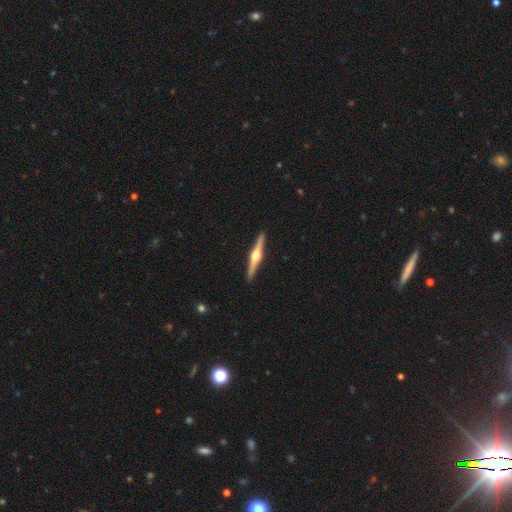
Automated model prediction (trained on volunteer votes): Smooth or featured? Predicted: featured or disk (p=0.84). Edge-on disk? Predicted: yes (p=0.99). Edge-on bulge? Predicted: rounded (p=0.96). Merging? Predicted: none (p=0.93).